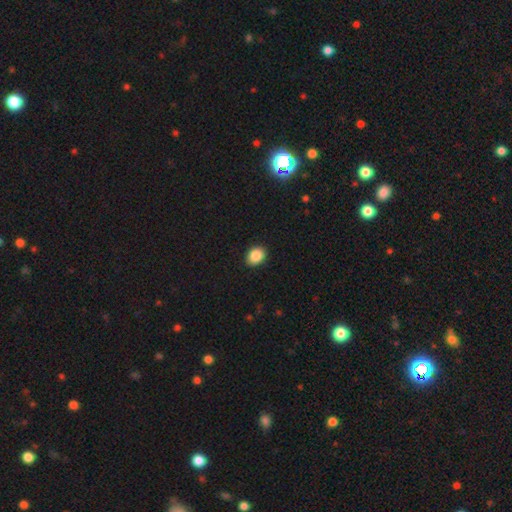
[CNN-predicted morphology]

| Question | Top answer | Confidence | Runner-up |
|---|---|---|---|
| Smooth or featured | smooth | 88% | star or artifact (8%) |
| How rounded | in between | 67% | round (32%) |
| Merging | none | 91% | minor disturbance (7%) |